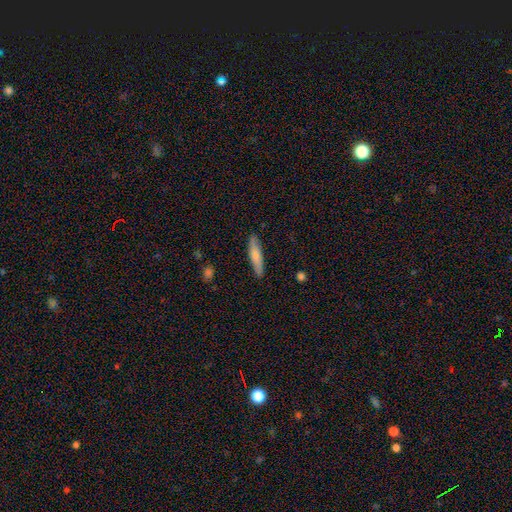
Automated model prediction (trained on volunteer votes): A smooth galaxy with no disk features (72%) that is cigar-shaped (79%). Merging: none (86%).